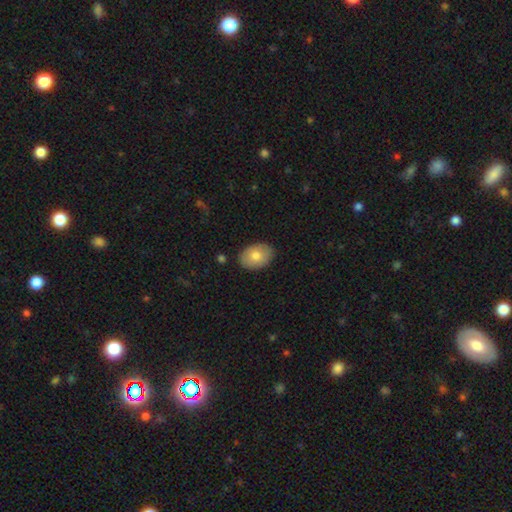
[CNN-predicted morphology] Smooth or featured? Predicted: smooth (p=0.77). How rounded? Predicted: in between (p=0.82). Merging? Predicted: none (p=0.87).